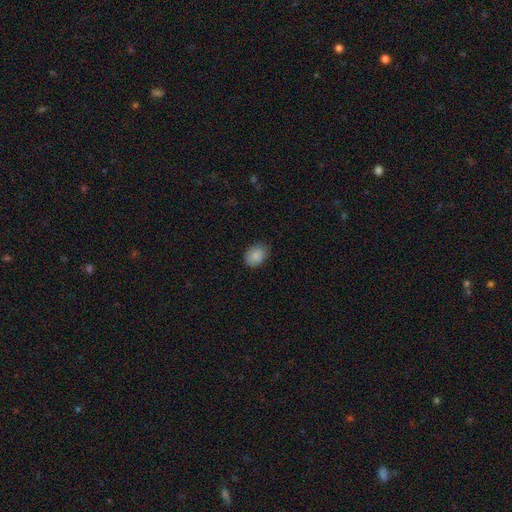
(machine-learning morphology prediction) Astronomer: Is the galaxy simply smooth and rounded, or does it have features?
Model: smooth — 87%.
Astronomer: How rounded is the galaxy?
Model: in between — 70%.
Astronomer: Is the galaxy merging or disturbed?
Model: none — 78%.